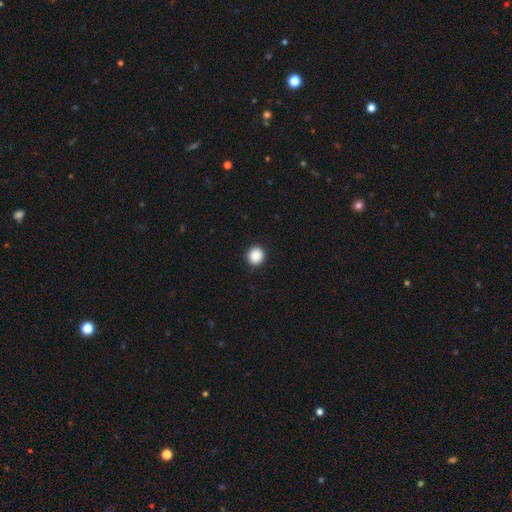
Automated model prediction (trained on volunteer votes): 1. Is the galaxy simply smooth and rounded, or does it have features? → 89% smooth, 9% star or artifact, 2% featured or disk.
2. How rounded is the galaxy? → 90% round, 9% in between, 1% cigar-shaped.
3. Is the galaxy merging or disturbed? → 92% none, 5% minor disturbance, 2% major disturbance, 1% merger.